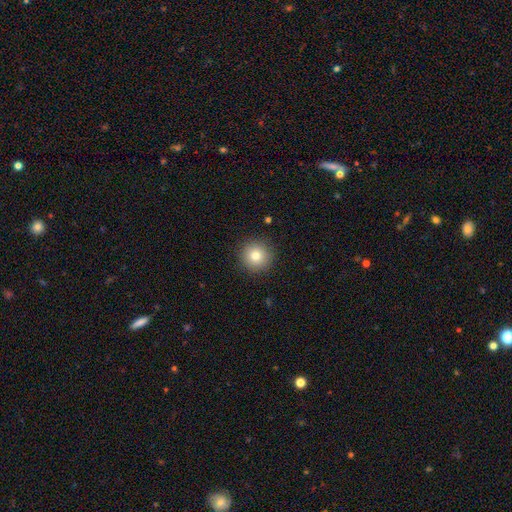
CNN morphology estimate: Smooth or featured: smooth — 81% (star or artifact — 11%)
How rounded: round — 95% (in between — 4%)
Merging: none — 91% (minor disturbance — 6%)